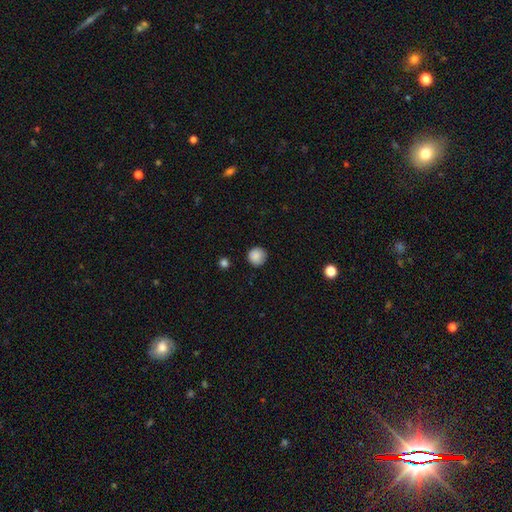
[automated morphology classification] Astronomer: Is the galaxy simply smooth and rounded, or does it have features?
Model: smooth — 87%.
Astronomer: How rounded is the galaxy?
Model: round — 93%.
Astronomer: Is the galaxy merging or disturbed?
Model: none — 86%.